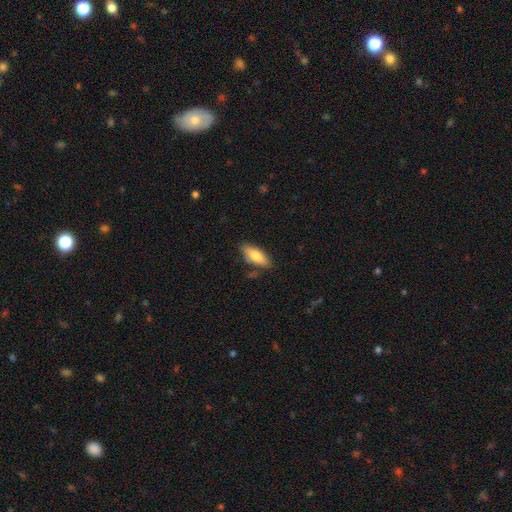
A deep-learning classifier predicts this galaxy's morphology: Smooth or featured?
  - smooth: 75% *
  - featured or disk: 19%
  - star or artifact: 6%
How rounded?
  - in between: 68% *
  - cigar-shaped: 30%
  - round: 2%
Merging?
  - none: 77% *
  - minor disturbance: 16%
  - merger: 4%
  - major disturbance: 3%